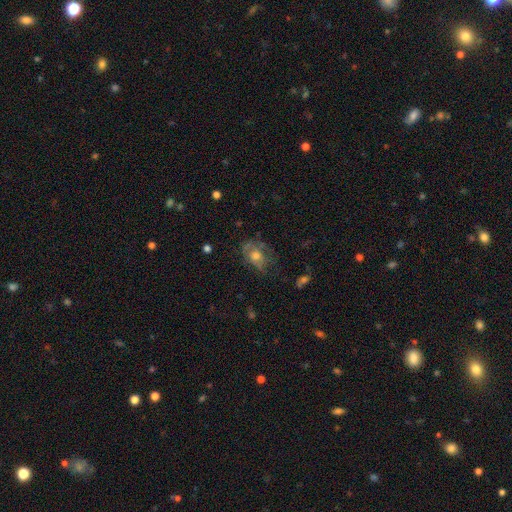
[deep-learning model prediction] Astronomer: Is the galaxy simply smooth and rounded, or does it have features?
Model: featured or disk — 46% (runner-up: smooth, 42%).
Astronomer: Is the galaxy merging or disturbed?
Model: none — 51%.